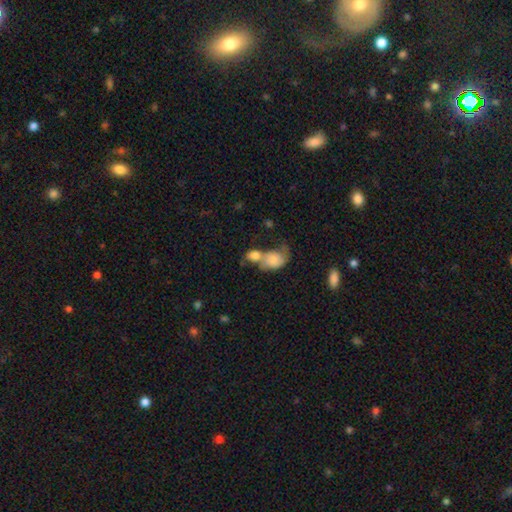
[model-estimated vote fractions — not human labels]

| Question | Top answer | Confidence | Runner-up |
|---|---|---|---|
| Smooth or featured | smooth | 73% | featured or disk (18%) |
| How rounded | in between | 64% | round (34%) |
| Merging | merger | 69% | none (15%) |